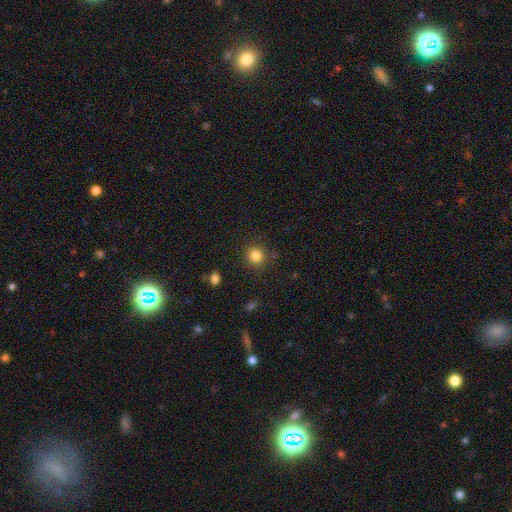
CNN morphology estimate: smooth_or_featured: smooth (p=0.83) [alt: star or artifact p=0.12]
how_rounded: round (p=0.90) [alt: in between p=0.09]
merging: none (p=0.86) [alt: minor disturbance p=0.08]